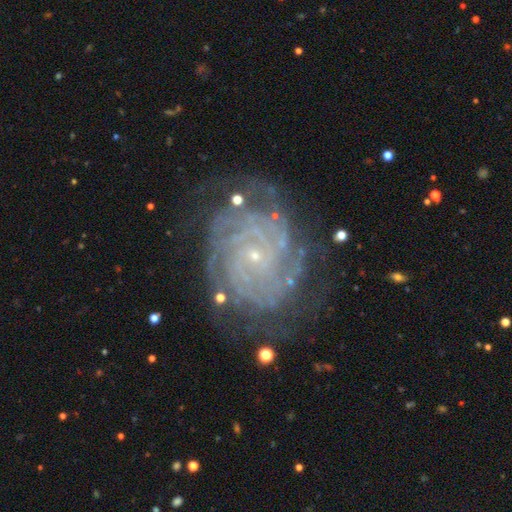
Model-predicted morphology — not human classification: type=featured or disk (89%); edge-on=no (98%); bar=no (75%); spiral arms=yes (98%); winding=tight (81%); arm count=can't tell (24%, tied with 4); bulge=small (89%); merging=none (73%).